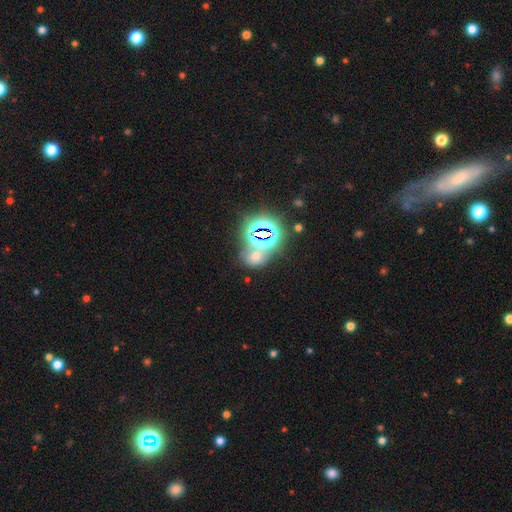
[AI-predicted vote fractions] Overall: star or artifact (53%; smooth 36%).